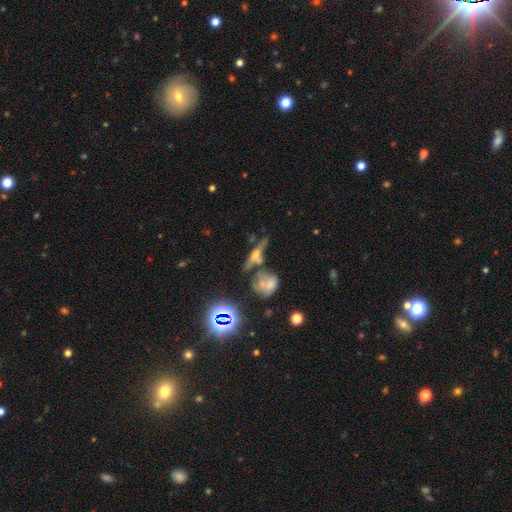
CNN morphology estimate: A featured or disk galaxy (53%) viewed edge-on (78%).

Vote fractions:
- Smooth or featured? featured or disk: 53% / smooth: 27% / star or artifact: 21%
- Edge-on disk? yes: 78% / no: 22%
- Merging? none: 50% / merger: 25% / minor disturbance: 16% / major disturbance: 10%